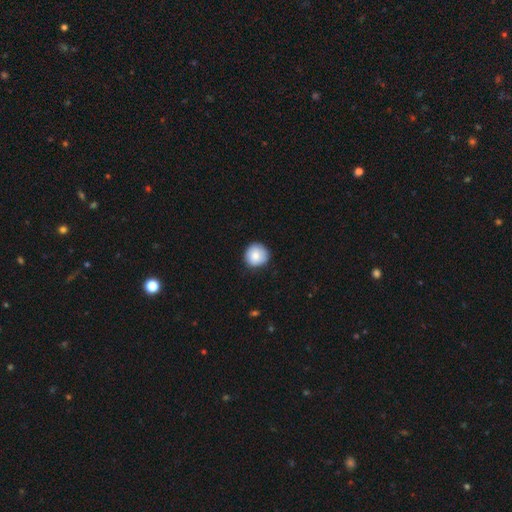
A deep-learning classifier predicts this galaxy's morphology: A smooth galaxy with no disk features (82%) that is round (94%).

Vote fractions:
- Smooth or featured? smooth: 82% / featured or disk: 11% / star or artifact: 8%
- How rounded? round: 94% / in between: 5% / cigar-shaped: 1%
- Merging? none: 84% / minor disturbance: 13% / major disturbance: 2% / merger: 1%